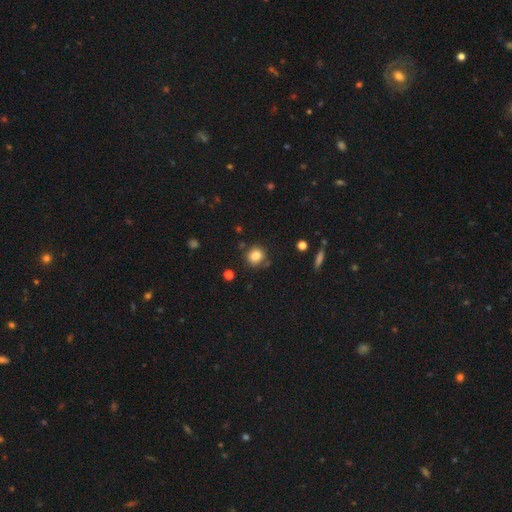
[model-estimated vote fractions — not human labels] Q: Smooth or featured?
A: smooth (83%); runner-up: star or artifact (11%)
Q: How rounded?
A: round (85%); runner-up: in between (14%)
Q: Merging?
A: none (79%); runner-up: minor disturbance (13%)